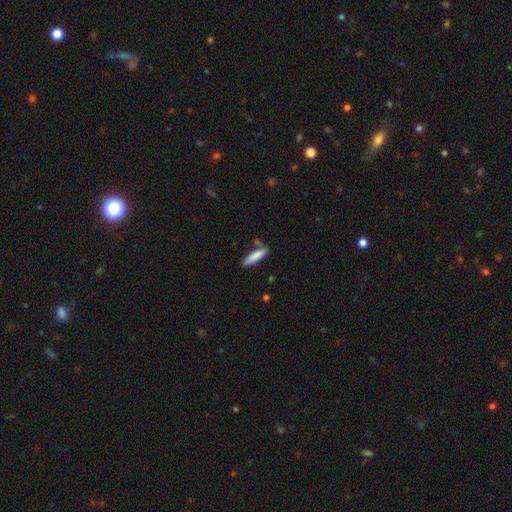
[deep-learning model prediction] Smooth or featured?
  - smooth: 83% *
  - featured or disk: 11%
  - star or artifact: 6%
How rounded?
  - cigar-shaped: 73% *
  - in between: 25%
  - round: 1%
Merging?
  - none: 72% *
  - minor disturbance: 15%
  - merger: 9%
  - major disturbance: 4%